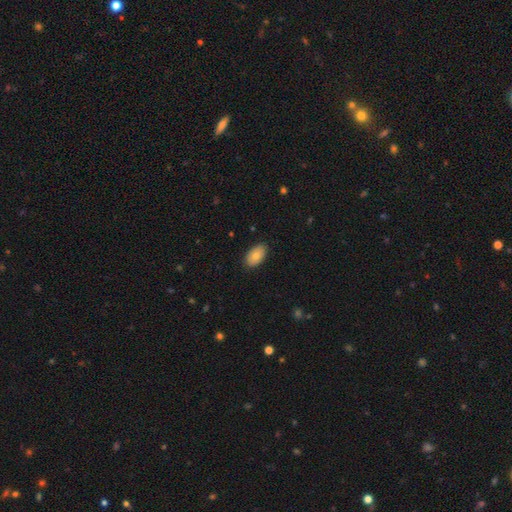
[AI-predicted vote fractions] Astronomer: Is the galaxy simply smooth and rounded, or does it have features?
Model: smooth — 81%.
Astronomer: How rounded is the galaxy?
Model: in between — 94%.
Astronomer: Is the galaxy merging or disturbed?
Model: none — 87%.